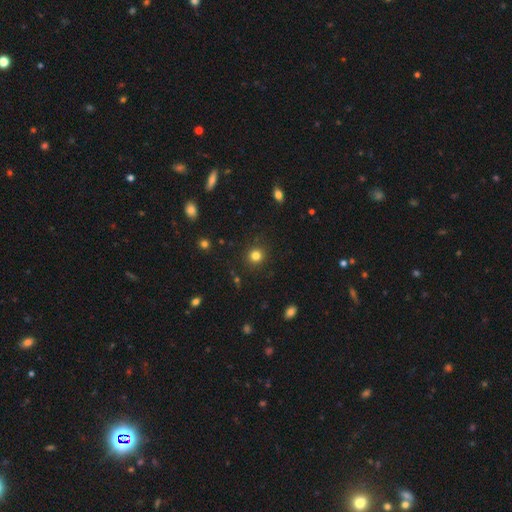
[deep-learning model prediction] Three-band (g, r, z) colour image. It shows a smooth galaxy with no disk features (82%) that is round (93%). Merging: none (91%).